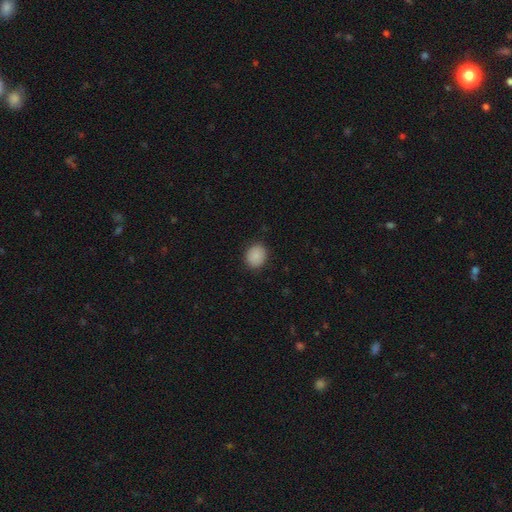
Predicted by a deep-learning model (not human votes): Q: Smooth or featured?
A: smooth (89%); runner-up: star or artifact (8%)
Q: How rounded?
A: round (61%); runner-up: in between (38%)
Q: Merging?
A: none (87%); runner-up: minor disturbance (9%)